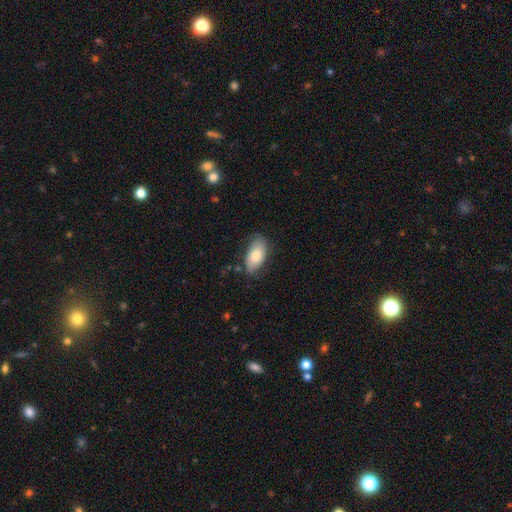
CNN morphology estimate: Overall: smooth (81%). How rounded: in between (93%). Merging: none (72%).